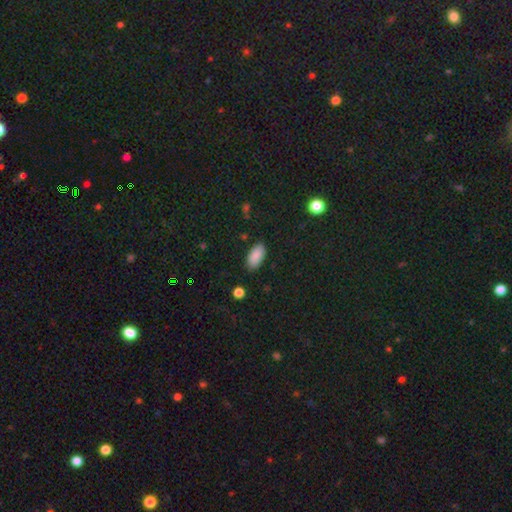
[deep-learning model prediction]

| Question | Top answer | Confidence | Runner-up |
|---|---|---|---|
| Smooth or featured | smooth | 88% | star or artifact (7%) |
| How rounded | in between | 94% | cigar-shaped (4%) |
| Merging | none | 86% | minor disturbance (11%) |